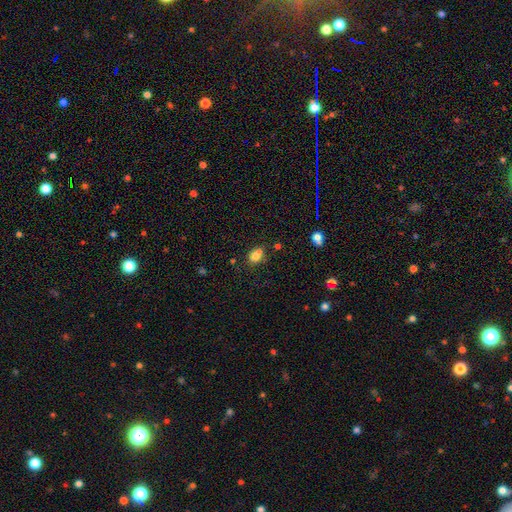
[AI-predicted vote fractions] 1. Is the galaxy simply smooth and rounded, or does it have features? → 75% smooth, 13% star or artifact, 12% featured or disk.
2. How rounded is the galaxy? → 53% round, 46% in between, 1% cigar-shaped.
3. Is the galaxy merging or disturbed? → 44% none, 36% merger, 15% minor disturbance, 5% major disturbance.